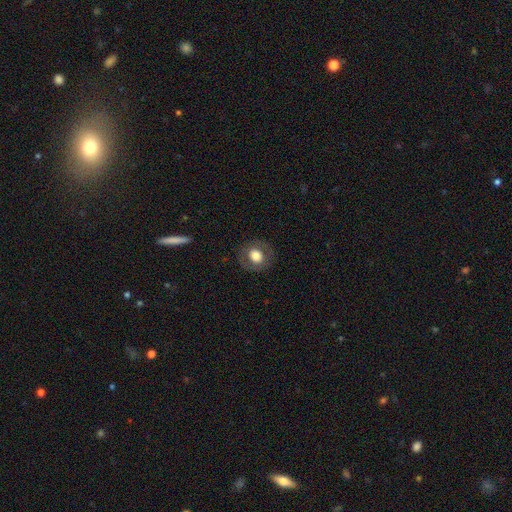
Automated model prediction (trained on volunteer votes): This appears to be a smooth galaxy with no disk features (65%) that is round (78%). Merging: none (84%).